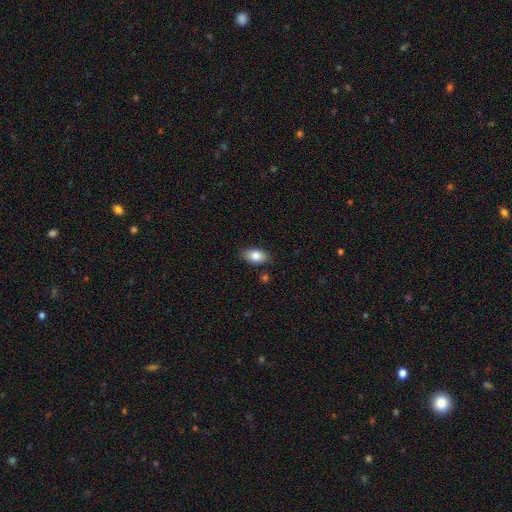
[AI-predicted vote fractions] Smooth or featured? smooth (83%)
How rounded? in between (91%)
Merging? none (84%)